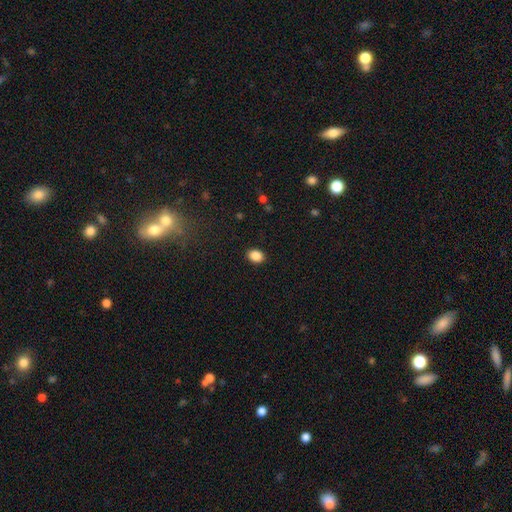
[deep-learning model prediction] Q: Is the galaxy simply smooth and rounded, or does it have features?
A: smooth — 88%.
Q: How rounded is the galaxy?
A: in between — 63%.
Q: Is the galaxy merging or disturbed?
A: none — 89%.